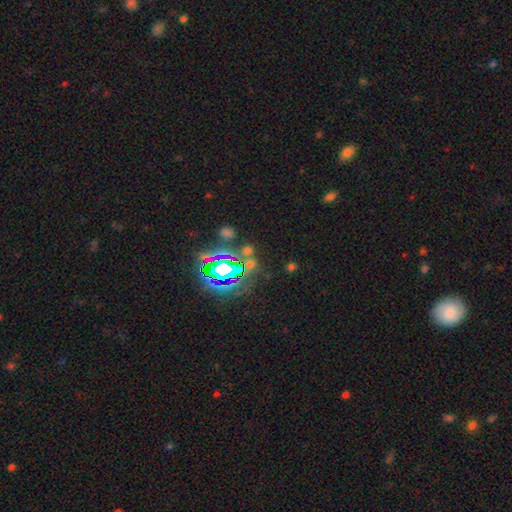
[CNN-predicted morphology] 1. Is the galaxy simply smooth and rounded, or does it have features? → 61% star or artifact, 29% smooth, 11% featured or disk.